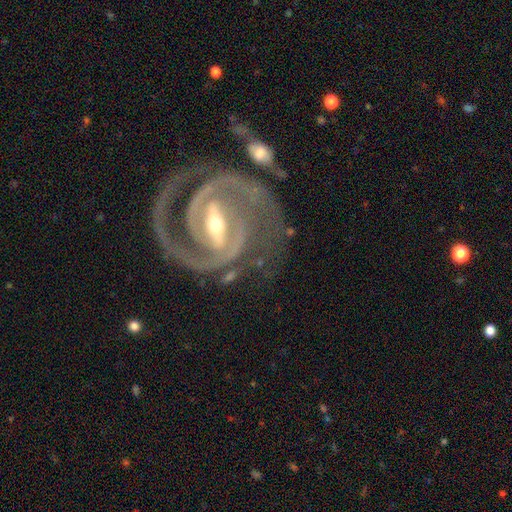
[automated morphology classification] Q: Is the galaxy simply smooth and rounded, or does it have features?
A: featured or disk — 92%.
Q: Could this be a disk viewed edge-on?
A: no — 96%.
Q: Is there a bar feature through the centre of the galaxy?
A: strong — 67%.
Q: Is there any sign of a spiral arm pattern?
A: yes — 98%.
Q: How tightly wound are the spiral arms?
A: tight — 65%.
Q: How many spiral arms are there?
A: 2 — 82%.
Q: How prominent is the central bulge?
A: moderate — 50%.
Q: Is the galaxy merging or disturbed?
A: none — 74%.